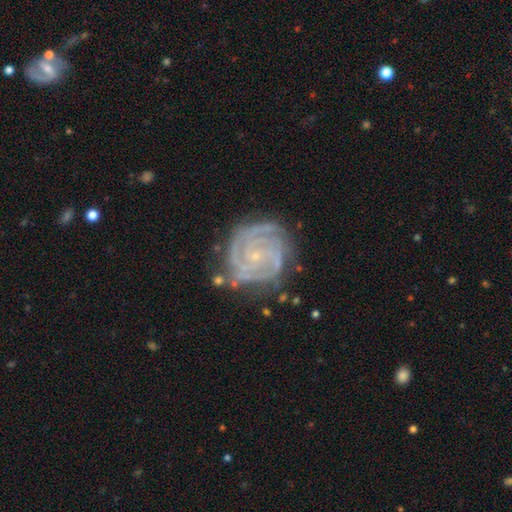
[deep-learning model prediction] smooth-or-featured: featured or disk: 87% | star or artifact: 7% | smooth: 6%
  disk-edge-on: no: 98% | yes: 2%
    bar: no: 68% | weak: 24% | strong: 8%
    has-spiral-arms: yes: 97% | no: 3%
      spiral-winding: tight: 76% | medium: 21% | loose: 3%
      spiral-arm-count: 3: 31% | 4: 19% | 2: 18% | can't tell: 18% | more than 4: 7% | 1: 6%
    bulge-size: small: 83% | moderate: 11% | none: 4% | large: 1% | dominant: 1%
  merging: none: 70% | minor disturbance: 20% | major disturbance: 7% | merger: 3%